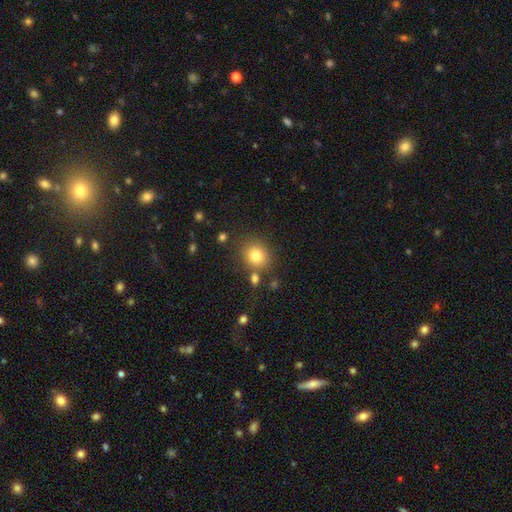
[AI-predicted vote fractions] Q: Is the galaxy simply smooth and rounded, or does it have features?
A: smooth — 80%.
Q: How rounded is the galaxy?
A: round — 78%.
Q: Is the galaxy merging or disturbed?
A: none — 77%.